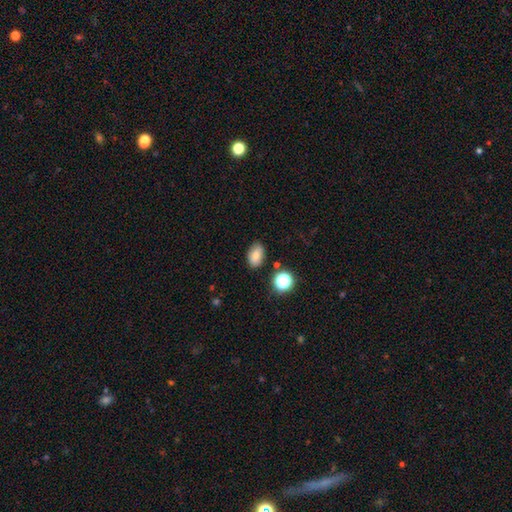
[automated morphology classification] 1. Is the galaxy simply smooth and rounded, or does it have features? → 79% smooth, 12% star or artifact, 10% featured or disk.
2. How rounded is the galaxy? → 85% in between, 13% round, 2% cigar-shaped.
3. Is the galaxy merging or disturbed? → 82% none, 13% minor disturbance, 3% major disturbance, 3% merger.